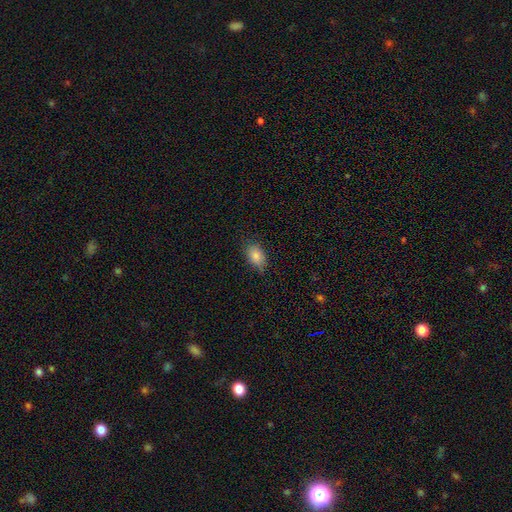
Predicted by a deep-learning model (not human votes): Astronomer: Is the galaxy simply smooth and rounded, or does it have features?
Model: smooth — 83%.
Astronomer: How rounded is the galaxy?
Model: in between — 84%.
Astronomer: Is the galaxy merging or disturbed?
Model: none — 75%.